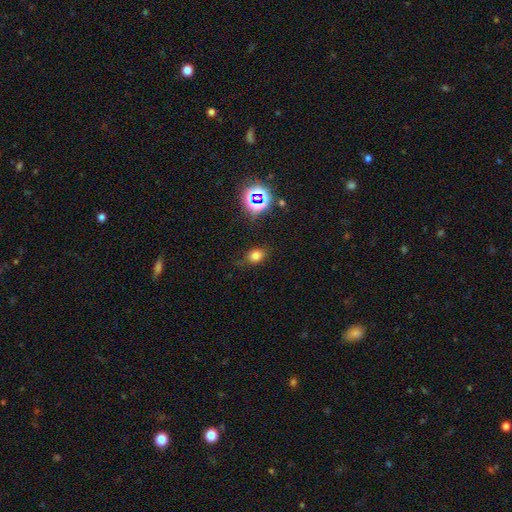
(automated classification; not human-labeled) Smooth or featured? smooth (73%)
How rounded? in between (54%)
Merging? none (75%)